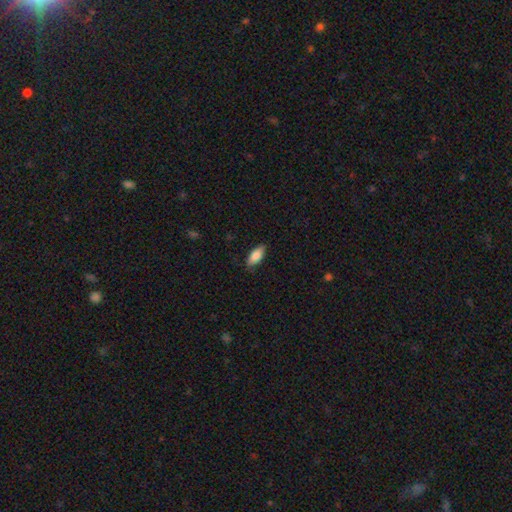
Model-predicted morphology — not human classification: Q: Smooth or featured?
A: smooth (85%); runner-up: featured or disk (9%)
Q: How rounded?
A: in between (83%); runner-up: cigar-shaped (15%)
Q: Merging?
A: none (83%); runner-up: minor disturbance (14%)